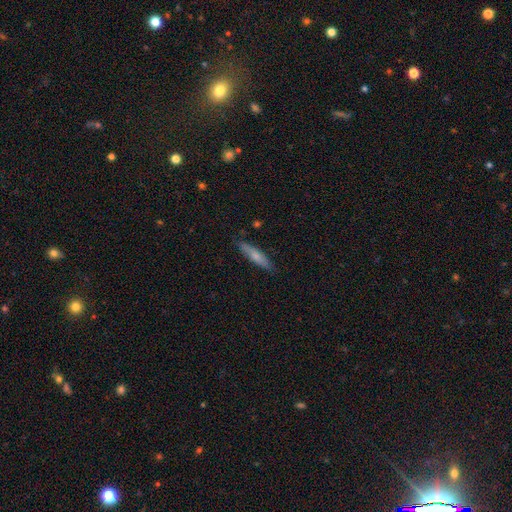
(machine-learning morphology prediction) The model was most divided on "smooth or featured": smooth: 66%, featured or disk: 28%, star or artifact: 6%. More confident: merging — none (84%); how rounded — cigar-shaped (81%).